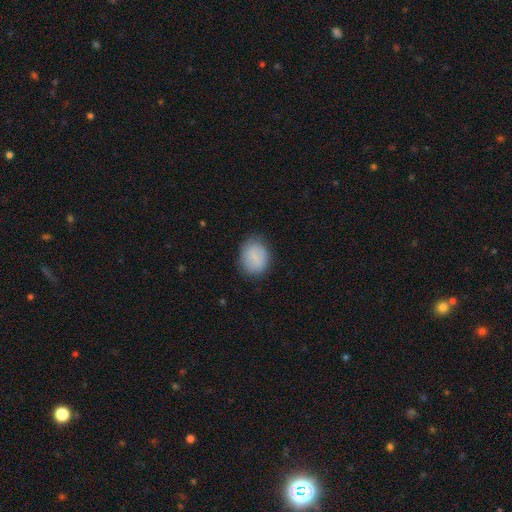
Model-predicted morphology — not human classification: Smooth or featured?
  - smooth: 82% *
  - featured or disk: 10%
  - star or artifact: 7%
How rounded?
  - round: 53% *
  - in between: 46%
  - cigar-shaped: 1%
Merging?
  - none: 79% *
  - minor disturbance: 16%
  - major disturbance: 4%
  - merger: 1%